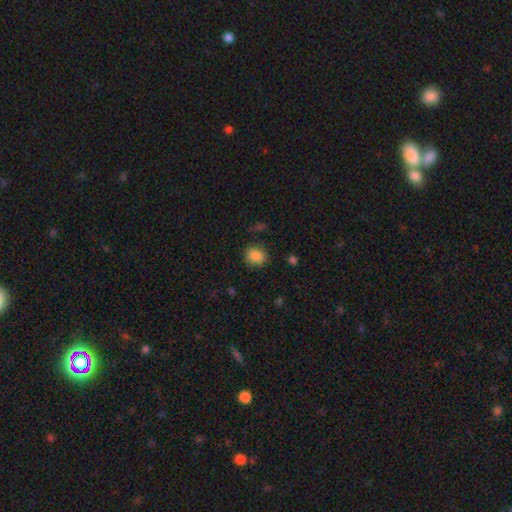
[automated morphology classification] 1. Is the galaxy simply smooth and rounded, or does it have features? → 86% smooth, 10% star or artifact, 5% featured or disk.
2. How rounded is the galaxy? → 71% round, 28% in between, 1% cigar-shaped.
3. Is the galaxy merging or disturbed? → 82% none, 13% minor disturbance, 4% major disturbance, 2% merger.